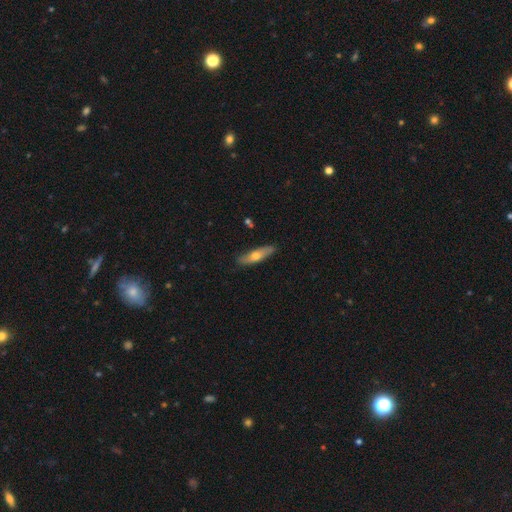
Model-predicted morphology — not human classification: Smooth or featured? smooth (53%)
How rounded? cigar-shaped (68%)
Merging? none (85%)